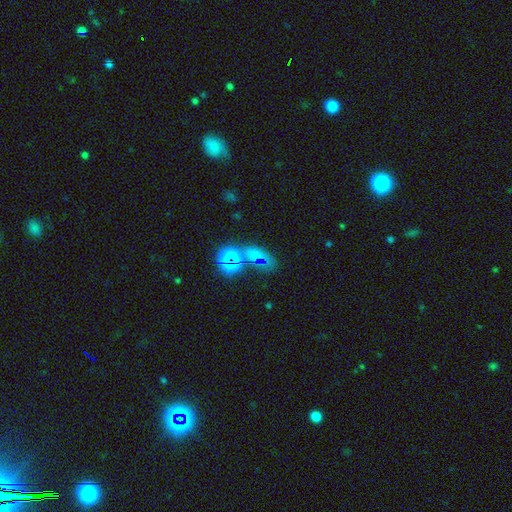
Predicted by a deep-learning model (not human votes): Morphology: type=smooth (46%); merging=none (37%).